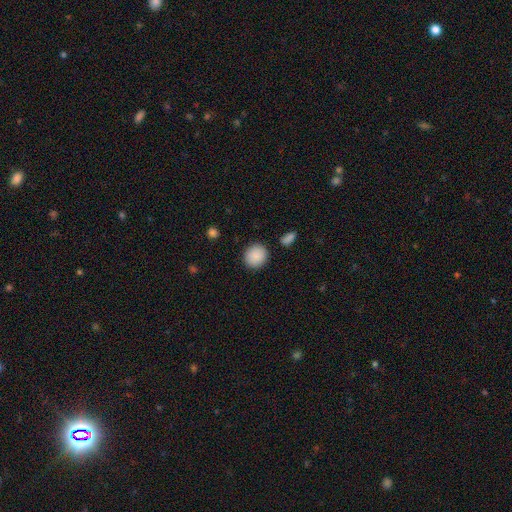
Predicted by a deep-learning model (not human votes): This is clearly a smooth galaxy (90%). How rounded: clearly round (84%). Merging: clearly none (90%).